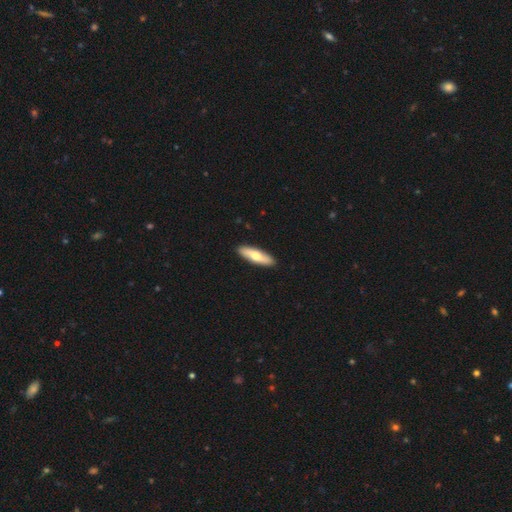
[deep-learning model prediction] A smooth galaxy with no disk features (63%) that is cigar-shaped (59%). Merging: none (91%).